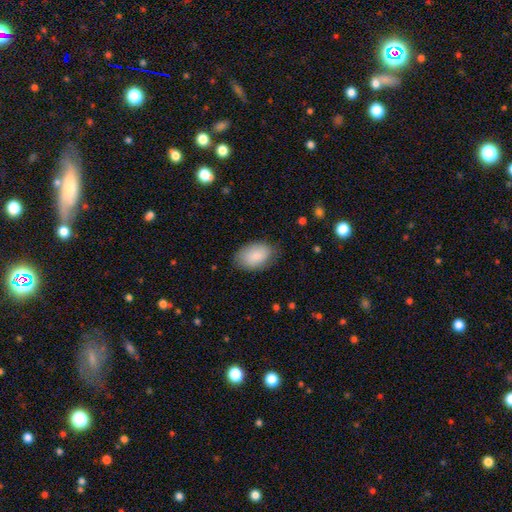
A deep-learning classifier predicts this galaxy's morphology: Overall: smooth (87%). How rounded: in between (90%). Merging: none (77%).